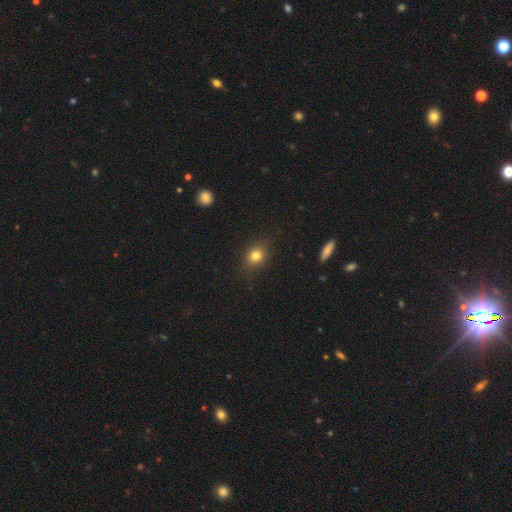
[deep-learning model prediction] A smooth galaxy with no disk features (80%) that is round (59%). Merging: none (85%).